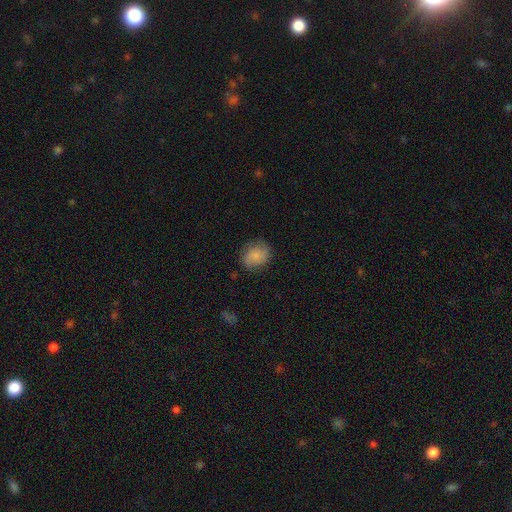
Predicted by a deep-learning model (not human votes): This is likely a smooth galaxy (73%). How rounded: likely round (61%). Merging: likely none (75%).